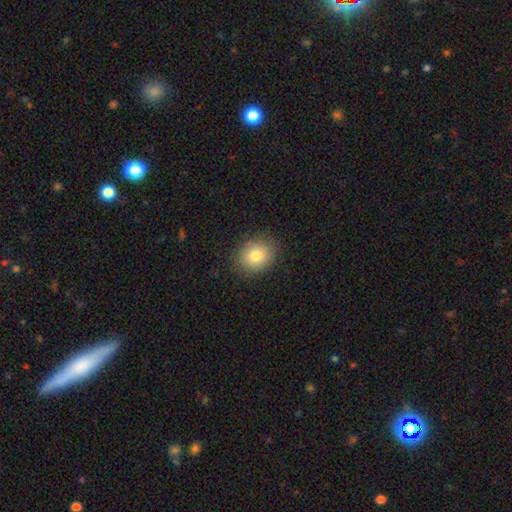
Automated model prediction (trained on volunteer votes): A smooth galaxy with no disk features (80%) that is round (56%). Merging: none (87%).